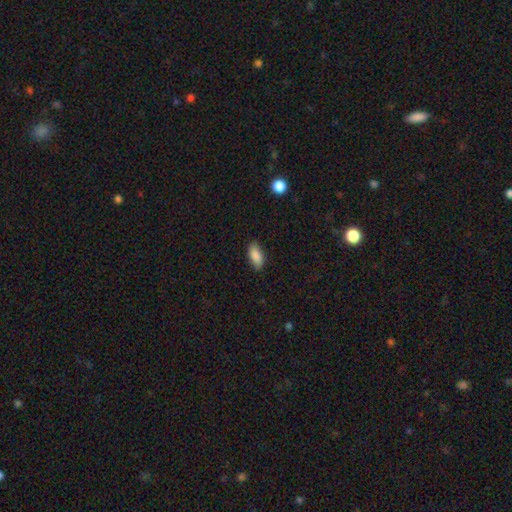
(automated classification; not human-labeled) A smooth galaxy with no disk features (88%) that is in between round and cigar-shaped (87%). Merging: none (84%).